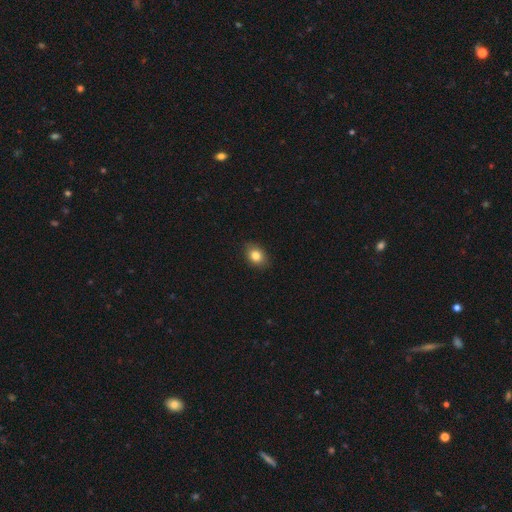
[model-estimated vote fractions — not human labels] A smooth galaxy with no disk features (83%) that is in between round and cigar-shaped (71%).

Vote fractions:
- Smooth or featured? smooth: 83% / star or artifact: 9% / featured or disk: 8%
- How rounded? in between: 71% / round: 28% / cigar-shaped: 1%
- Merging? none: 88% / minor disturbance: 9% / major disturbance: 2% / merger: 1%